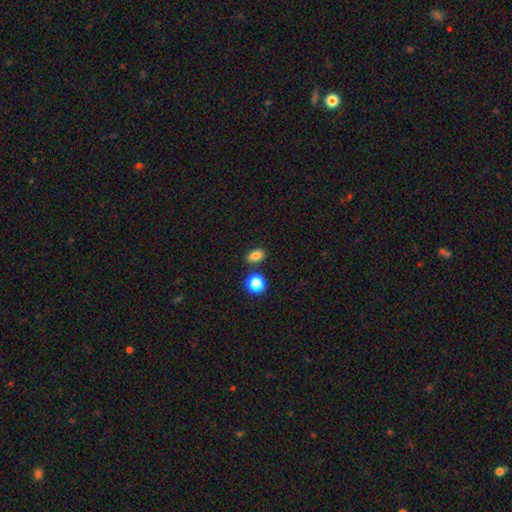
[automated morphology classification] This is clearly a smooth galaxy (82%). How rounded: likely in between (75%). Merging: clearly none (81%).